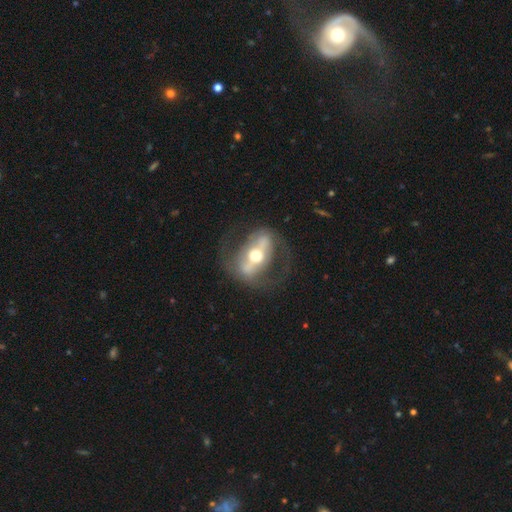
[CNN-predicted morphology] A featured or disk galaxy (77%) with a strong bar (62%), spiral arms (51%) and a moderate central bulge (71%).

Vote fractions:
- Smooth or featured? featured or disk: 77% / smooth: 18% / star or artifact: 5%
- Edge-on disk? no: 85% / yes: 15%
- Bar? strong: 62% / weak: 19% / no: 19%
- Spiral arms? yes: 51% / no: 49%
- Bulge size? moderate: 71% / large: 14% / small: 13% / dominant: 2% / none: 1%
- Merging? none: 66% / major disturbance: 17% / minor disturbance: 15% / merger: 2%